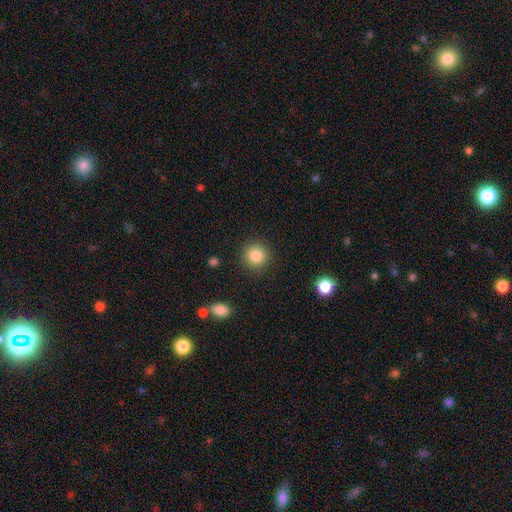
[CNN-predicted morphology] Q: Smooth or featured?
A: smooth (85%); runner-up: star or artifact (10%)
Q: How rounded?
A: round (93%); runner-up: in between (6%)
Q: Merging?
A: none (89%); runner-up: minor disturbance (7%)